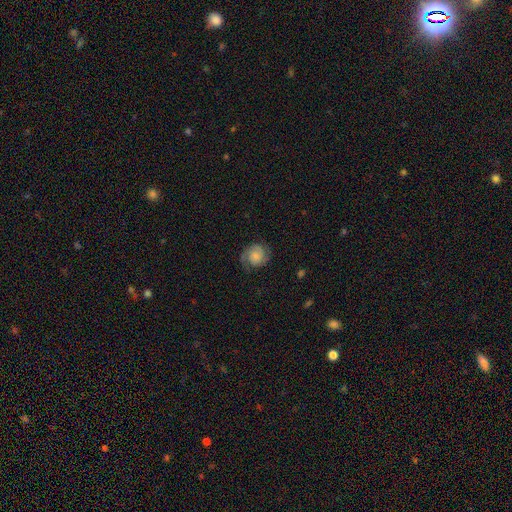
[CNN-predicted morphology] smooth-or-featured: featured or disk: 67% | smooth: 25% | star or artifact: 8%
  disk-edge-on: no: 98% | yes: 2%
    bar: no: 73% | weak: 23% | strong: 4%
    has-spiral-arms: yes: 94% | no: 6%
      spiral-winding: tight: 52% | medium: 36% | loose: 12%
      spiral-arm-count: 2: 77% | can't tell: 9% | 1: 7% | 3: 4% | 4: 2% | more than 4: 2%
    bulge-size: small: 42% | moderate: 30% | none: 16% | large: 9% | dominant: 2%
  merging: none: 74% | minor disturbance: 17% | major disturbance: 8% | merger: 1%